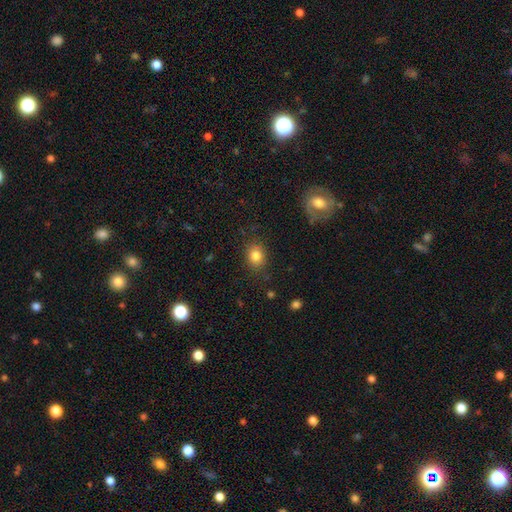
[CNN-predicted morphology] This appears to be a smooth galaxy with no disk features (82%) that is round (54%). Merging: none (84%).